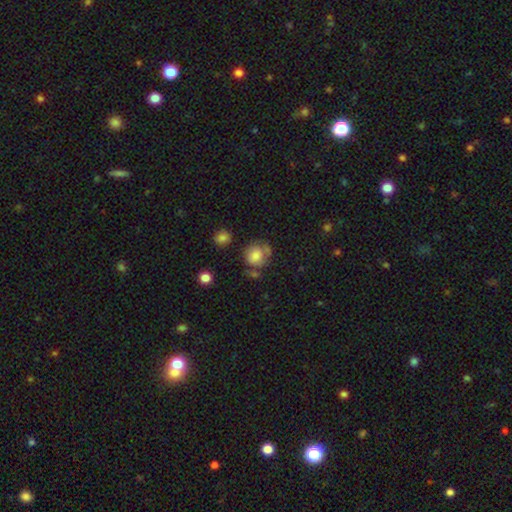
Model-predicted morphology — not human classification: A smooth galaxy with no disk features (75%) that is round (80%).

Vote fractions:
- Smooth or featured? smooth: 75% / featured or disk: 16% / star or artifact: 9%
- How rounded? round: 80% / in between: 19% / cigar-shaped: 1%
- Merging? none: 51% / minor disturbance: 25% / merger: 12% / major disturbance: 12%